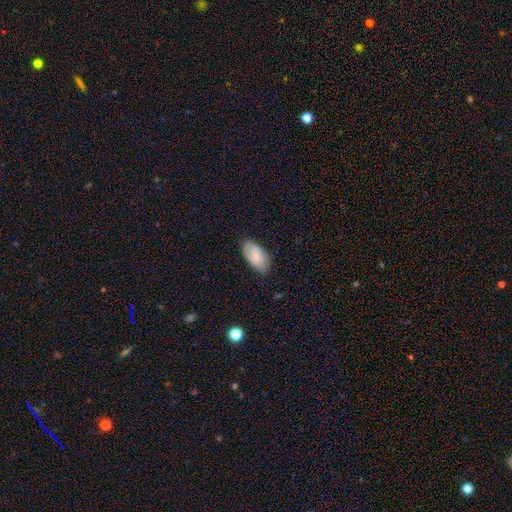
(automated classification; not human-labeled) This appears to be a smooth galaxy with no disk features (72%) that is in between round and cigar-shaped (94%). Merging: none (76%).